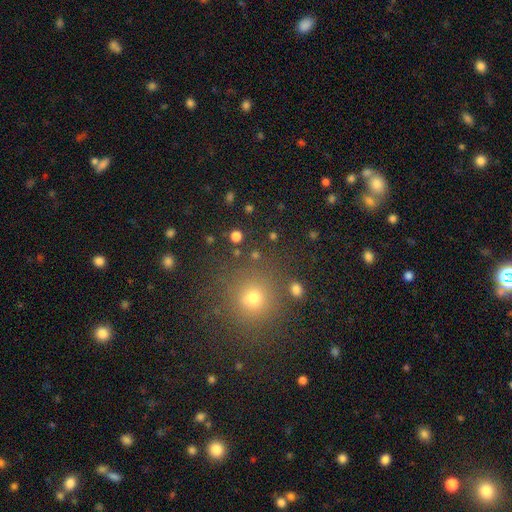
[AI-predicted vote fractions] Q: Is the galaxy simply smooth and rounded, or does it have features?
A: smooth — 64%.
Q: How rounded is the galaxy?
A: round — 92%.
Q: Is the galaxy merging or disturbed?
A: none — 85%.